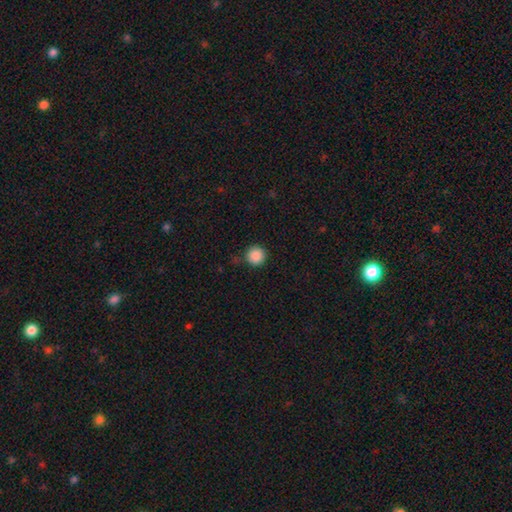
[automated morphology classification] A smooth galaxy with no disk features (88%) that is round (96%). Merging: none (84%).